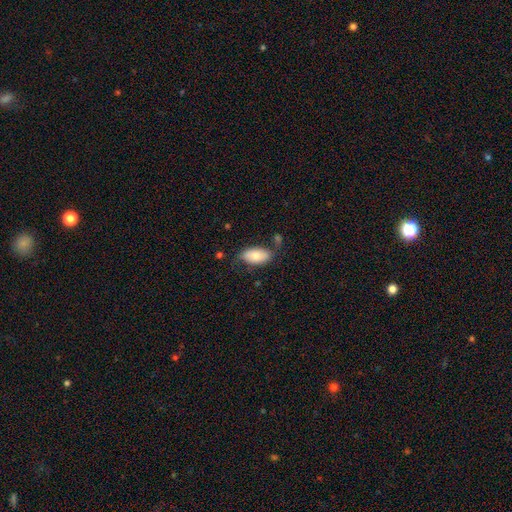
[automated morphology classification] smooth_or_featured: smooth (p=0.77) [alt: featured or disk p=0.16]
how_rounded: in between (p=0.94) [alt: round p=0.03]
merging: none (p=0.63) [alt: minor disturbance p=0.23]